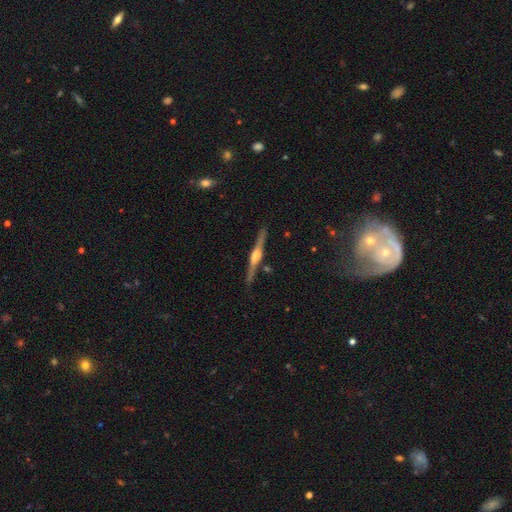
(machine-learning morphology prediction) This is clearly a featured or disk galaxy (80%). It is clearly viewed edge-on (98%). Edge-on bulge: clearly rounded (88%). Merging: clearly none (87%).